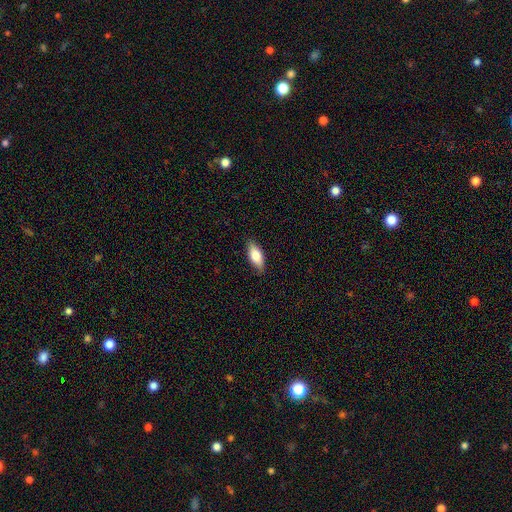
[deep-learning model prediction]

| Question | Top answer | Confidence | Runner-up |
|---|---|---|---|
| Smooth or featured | smooth | 73% | featured or disk (21%) |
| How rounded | in between | 78% | cigar-shaped (20%) |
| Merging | none | 86% | minor disturbance (11%) |